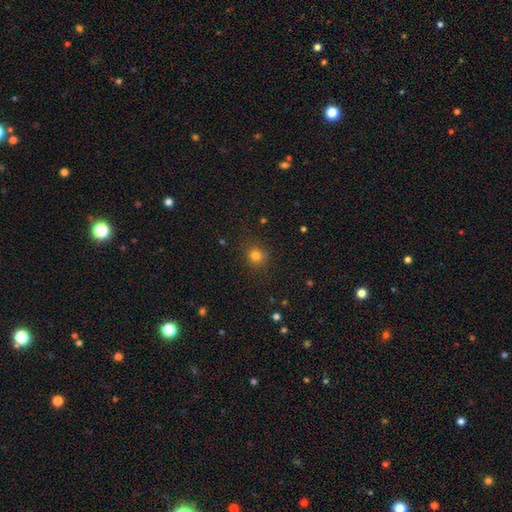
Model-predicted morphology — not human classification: Overall: smooth (79%). How rounded: round (87%). Merging: none (85%).